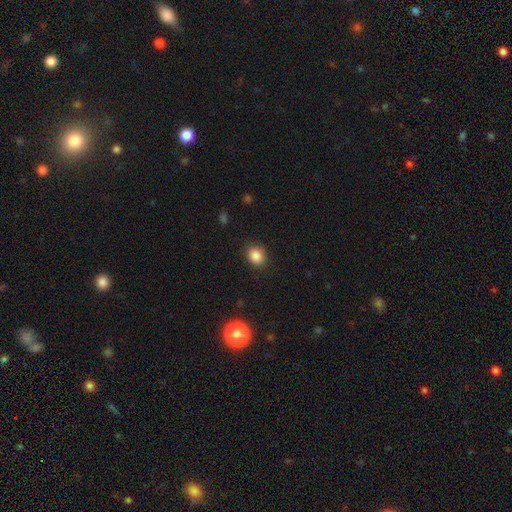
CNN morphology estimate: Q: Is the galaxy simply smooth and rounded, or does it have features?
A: smooth — 85%.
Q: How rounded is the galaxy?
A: round — 67%.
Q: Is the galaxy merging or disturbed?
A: none — 86%.